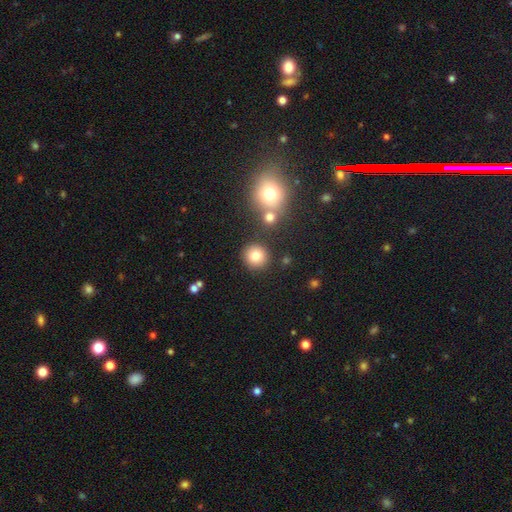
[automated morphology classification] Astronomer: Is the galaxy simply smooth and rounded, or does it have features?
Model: smooth — 80%.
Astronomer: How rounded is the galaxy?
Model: round — 92%.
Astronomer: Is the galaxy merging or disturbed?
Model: none — 83%.